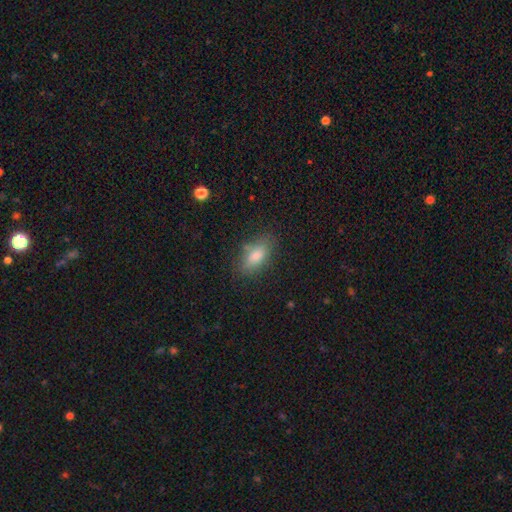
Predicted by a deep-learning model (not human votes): Morphology: type=smooth (79%); roundness=in between (85%); merging=none (78%).